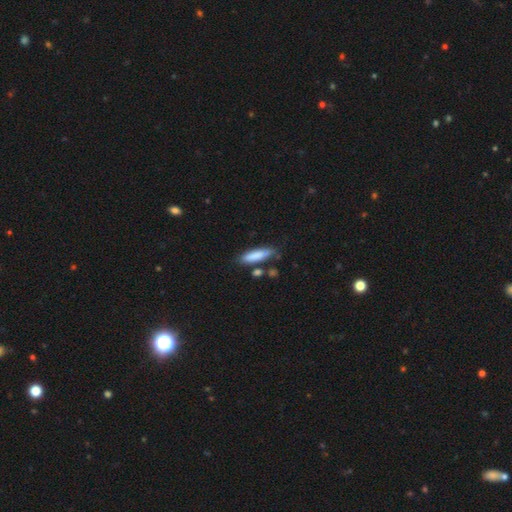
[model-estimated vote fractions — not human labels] smooth-or-featured: smooth: 82% | featured or disk: 12% | star or artifact: 6%
  how-rounded: cigar-shaped: 70% | in between: 28% | round: 2%
  merging: none: 71% | minor disturbance: 17% | merger: 8% | major disturbance: 4%